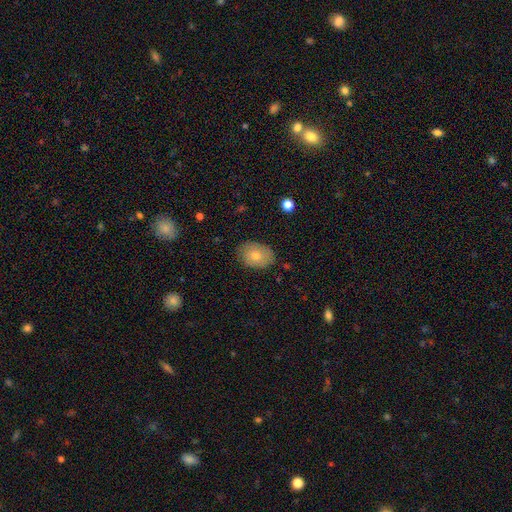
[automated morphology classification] Q: Smooth or featured?
A: smooth (68%); runner-up: featured or disk (23%)
Q: How rounded?
A: in between (76%); runner-up: round (22%)
Q: Merging?
A: none (83%); runner-up: minor disturbance (13%)